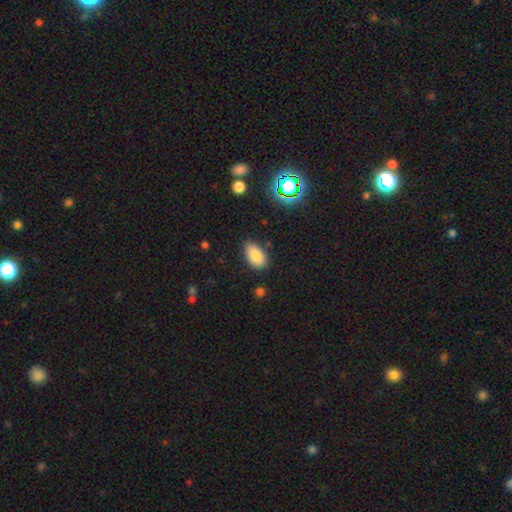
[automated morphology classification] The model was most divided on "merging": none: 81%, minor disturbance: 14%, major disturbance: 3%, merger: 2%. More confident: how rounded — in between (93%); smooth or featured — smooth (84%).